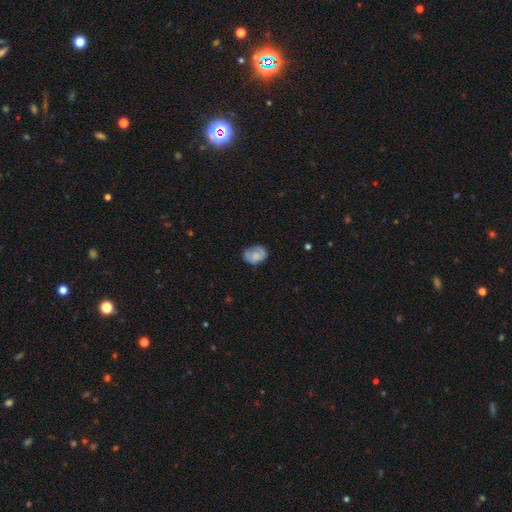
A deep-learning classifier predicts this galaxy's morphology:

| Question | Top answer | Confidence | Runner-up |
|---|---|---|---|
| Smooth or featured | smooth | 64% | featured or disk (28%) |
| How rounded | in between | 65% | round (33%) |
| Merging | none | 62% | minor disturbance (27%) |